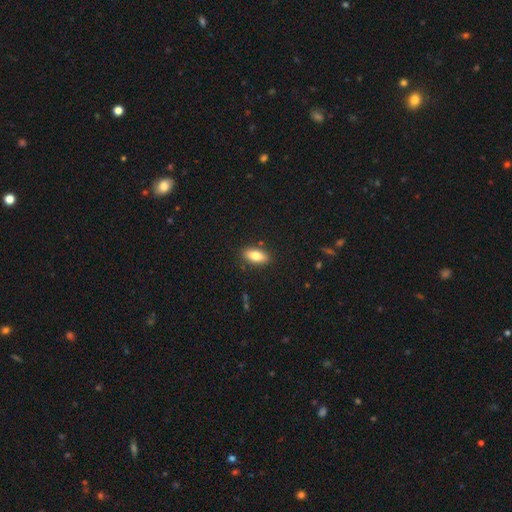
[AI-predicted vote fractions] Smooth or featured?
  - smooth: 79% *
  - featured or disk: 13%
  - star or artifact: 7%
How rounded?
  - in between: 85% *
  - cigar-shaped: 12%
  - round: 3%
Merging?
  - none: 87% *
  - minor disturbance: 9%
  - major disturbance: 2%
  - merger: 2%